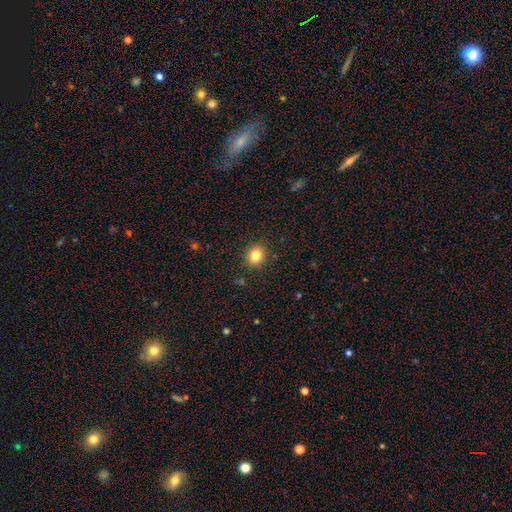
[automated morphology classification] Smooth or featured: smooth — 82% (star or artifact — 12%)
How rounded: round — 78% (in between — 21%)
Merging: none — 89% (minor disturbance — 8%)